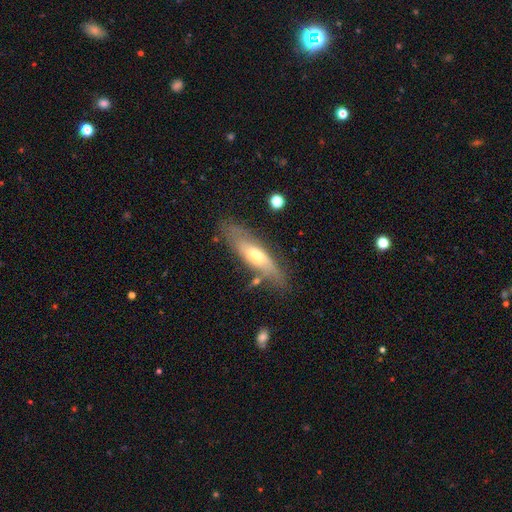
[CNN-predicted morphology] Q: Smooth or featured?
A: featured or disk (54%); runner-up: smooth (40%)
Q: Edge-on disk?
A: no (55%); runner-up: yes (45%)
Q: Merging?
A: none (69%); runner-up: minor disturbance (19%)